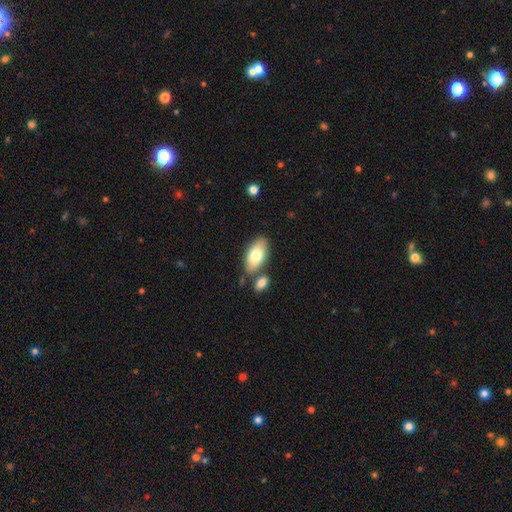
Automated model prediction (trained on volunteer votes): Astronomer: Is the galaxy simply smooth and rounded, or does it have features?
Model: smooth — 77%.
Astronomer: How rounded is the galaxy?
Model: in between — 93%.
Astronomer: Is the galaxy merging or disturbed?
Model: none — 70%.